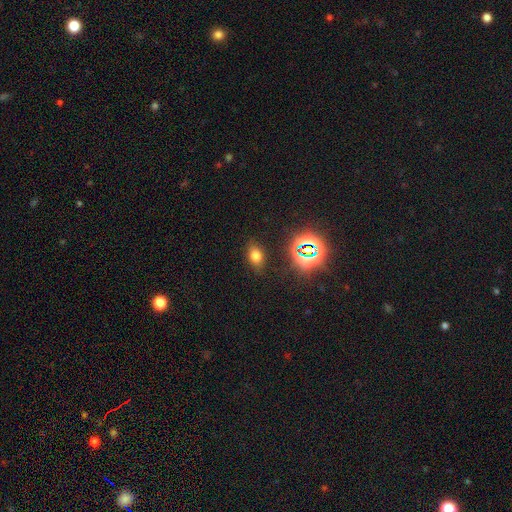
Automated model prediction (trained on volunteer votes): The model was most divided on "smooth or featured": smooth: 67%, star or artifact: 23%, featured or disk: 9%. More confident: merging — none (82%); how rounded — in between (76%).